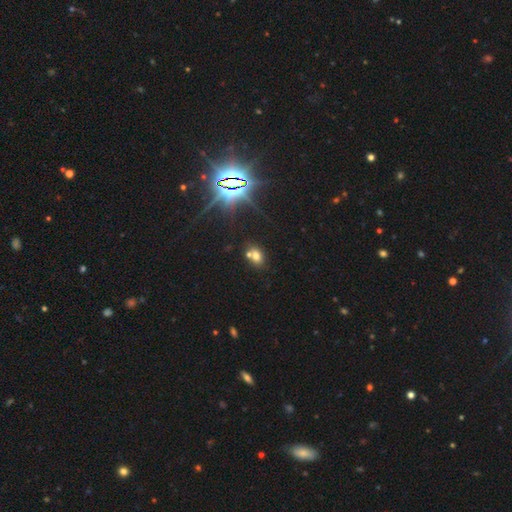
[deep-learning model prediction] smooth_or_featured: smooth (p=0.64) [alt: star or artifact p=0.23]
how_rounded: in between (p=0.61) [alt: round p=0.38]
merging: none (p=0.50) [alt: merger p=0.35]